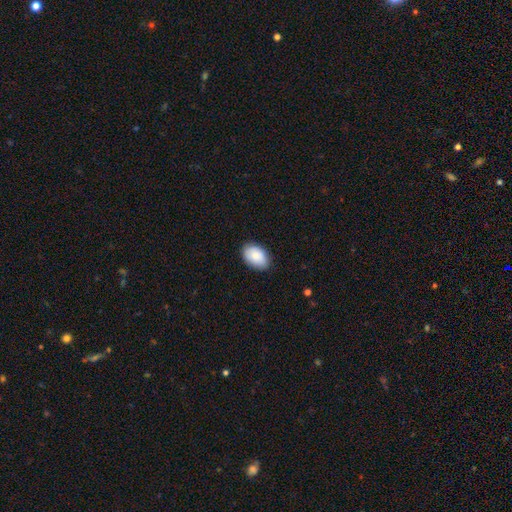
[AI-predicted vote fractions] A smooth galaxy with no disk features (85%) that is in between round and cigar-shaped (90%). Merging: none (86%).